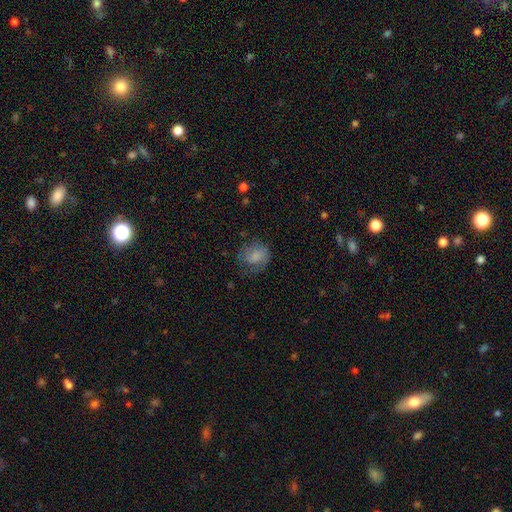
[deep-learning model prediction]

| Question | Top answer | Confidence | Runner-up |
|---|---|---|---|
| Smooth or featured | smooth | 69% | featured or disk (22%) |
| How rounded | round | 60% | in between (39%) |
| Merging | none | 57% | minor disturbance (25%) |